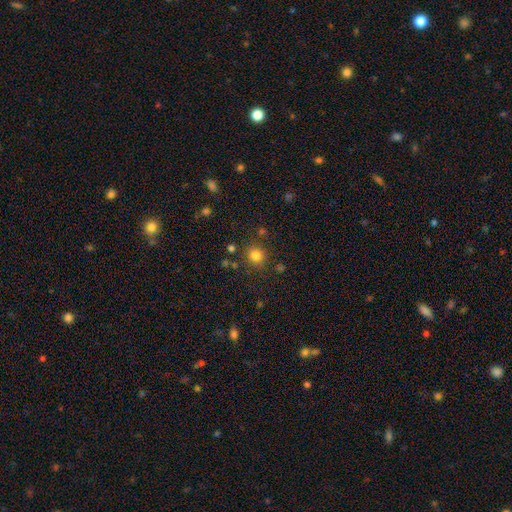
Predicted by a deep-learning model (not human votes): The model was most divided on "smooth or featured": smooth: 81%, star or artifact: 14%, featured or disk: 5%. More confident: how rounded — round (86%); merging — none (84%).